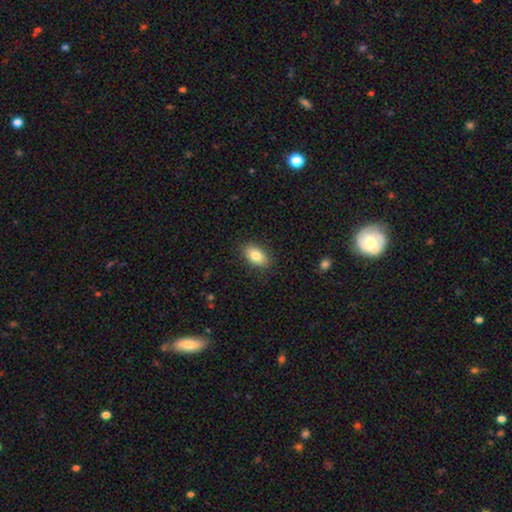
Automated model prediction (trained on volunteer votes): Smooth or featured? smooth (82%)
How rounded? in between (90%)
Merging? none (88%)